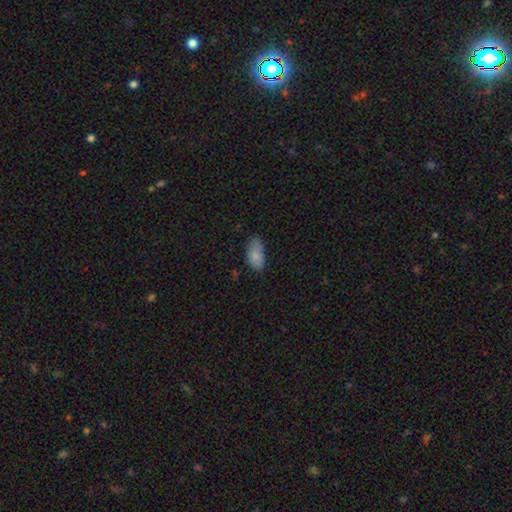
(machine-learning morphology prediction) Q: Smooth or featured?
A: smooth (84%); runner-up: featured or disk (8%)
Q: How rounded?
A: in between (93%); runner-up: round (3%)
Q: Merging?
A: none (63%); runner-up: minor disturbance (29%)